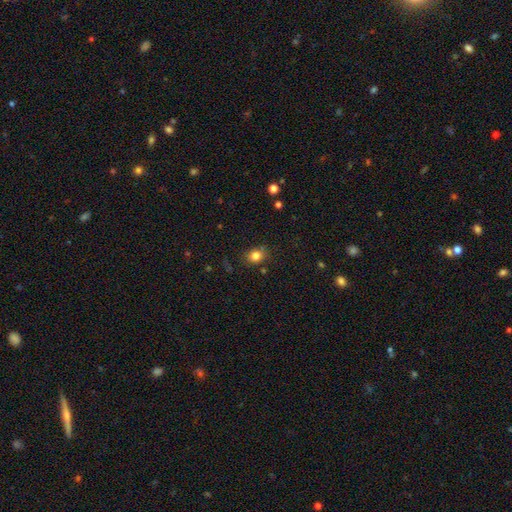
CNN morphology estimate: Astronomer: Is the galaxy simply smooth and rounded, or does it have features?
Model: smooth — 82%.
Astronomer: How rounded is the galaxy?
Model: round — 53% (runner-up: in between, 46%).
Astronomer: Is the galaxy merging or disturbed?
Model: none — 77%.